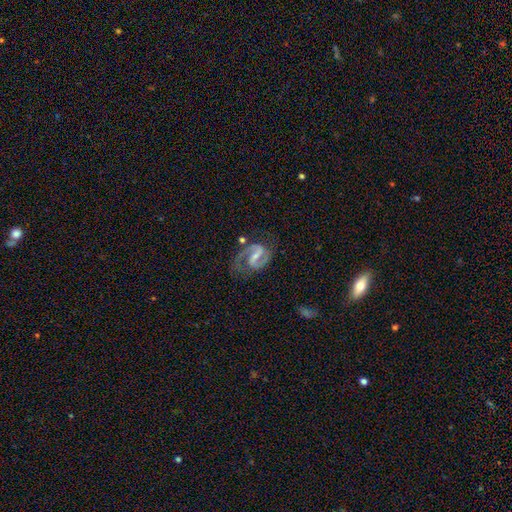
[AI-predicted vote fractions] smooth_or_featured: featured or disk (p=0.90) [alt: star or artifact p=0.05]
disk_edge_on: no (p=0.98) [alt: yes p=0.02]
bar: strong (p=0.46) [alt: weak p=0.40]
has_spiral_arms: yes (p=0.97) [alt: no p=0.03]
spiral_winding: medium (p=0.61) [alt: tight p=0.20]
spiral_arm_count: 2 (p=0.91) [alt: 1 p=0.04]
bulge_size: small (p=0.57) [alt: moderate p=0.30]
merging: none (p=0.65) [alt: minor disturbance p=0.19]